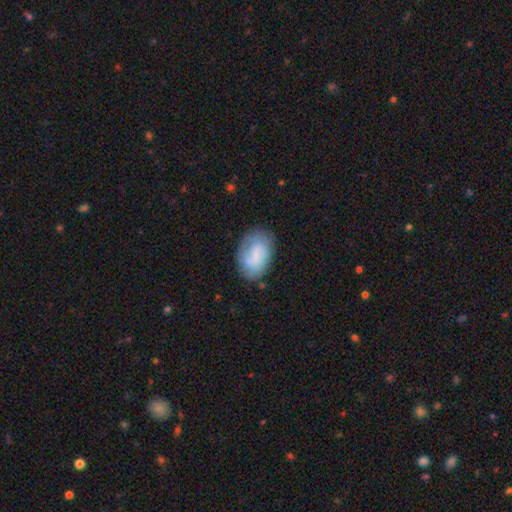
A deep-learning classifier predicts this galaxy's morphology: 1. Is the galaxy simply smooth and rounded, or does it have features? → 57% smooth, 35% featured or disk, 8% star or artifact.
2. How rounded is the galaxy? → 86% in between, 13% round, 1% cigar-shaped.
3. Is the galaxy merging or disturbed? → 69% none, 21% minor disturbance, 8% major disturbance, 2% merger.